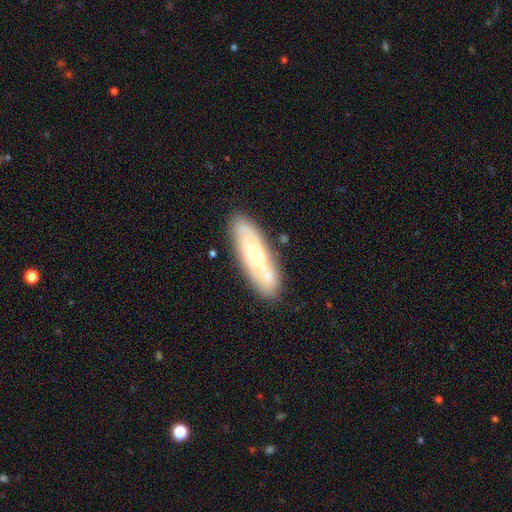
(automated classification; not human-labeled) Q: Smooth or featured?
A: featured or disk (55%); runner-up: smooth (38%)
Q: Edge-on disk?
A: no (70%); runner-up: yes (30%)
Q: Merging?
A: none (81%); runner-up: minor disturbance (13%)